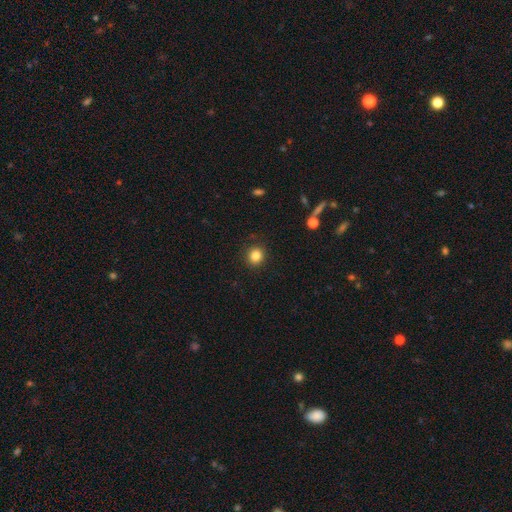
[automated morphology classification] Q: Smooth or featured?
A: smooth (84%); runner-up: star or artifact (11%)
Q: How rounded?
A: round (88%); runner-up: in between (11%)
Q: Merging?
A: none (90%); runner-up: minor disturbance (7%)